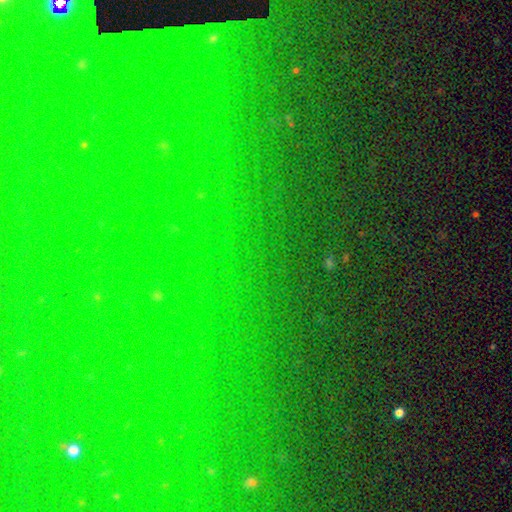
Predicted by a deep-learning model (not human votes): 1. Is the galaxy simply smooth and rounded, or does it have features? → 80% star or artifact, 11% smooth, 9% featured or disk.